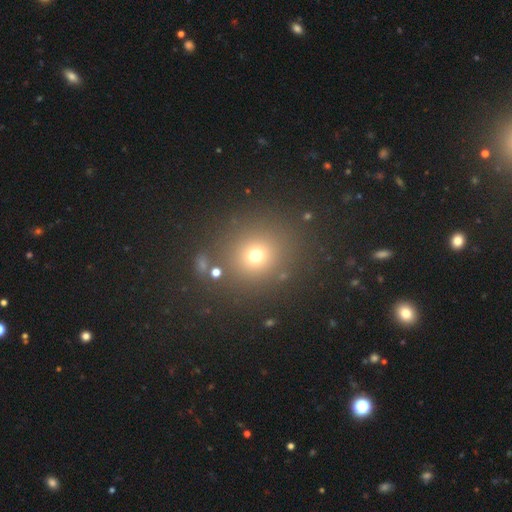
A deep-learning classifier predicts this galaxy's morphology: type=smooth (68%); roundness=round (88%); merging=none (83%).